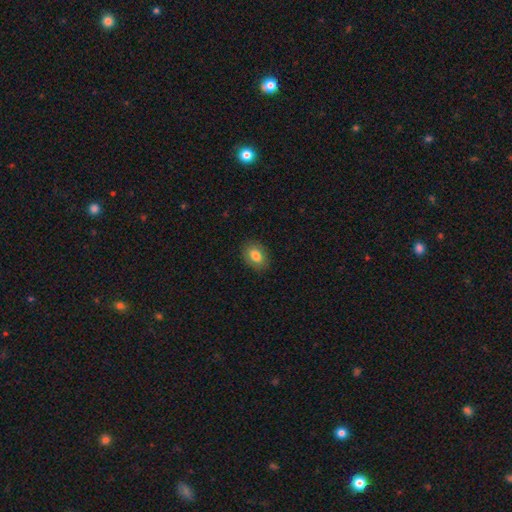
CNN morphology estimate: Smooth or featured: smooth — 82% (featured or disk — 10%)
How rounded: in between — 74% (round — 25%)
Merging: none — 87% (minor disturbance — 10%)